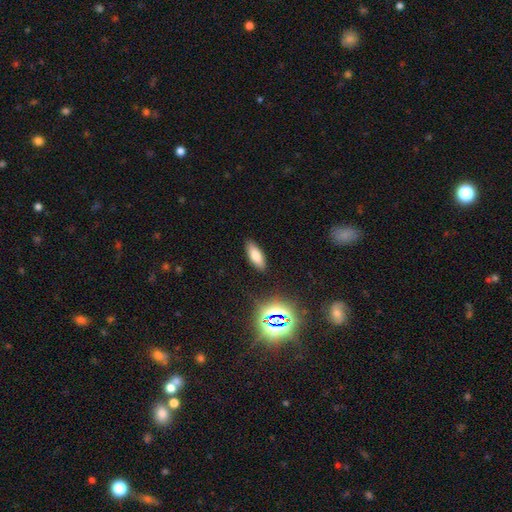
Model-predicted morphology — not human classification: smooth-or-featured: smooth: 72% | featured or disk: 15% | star or artifact: 14%
  how-rounded: in between: 69% | cigar-shaped: 28% | round: 3%
  merging: none: 88% | minor disturbance: 8% | major disturbance: 2% | merger: 1%